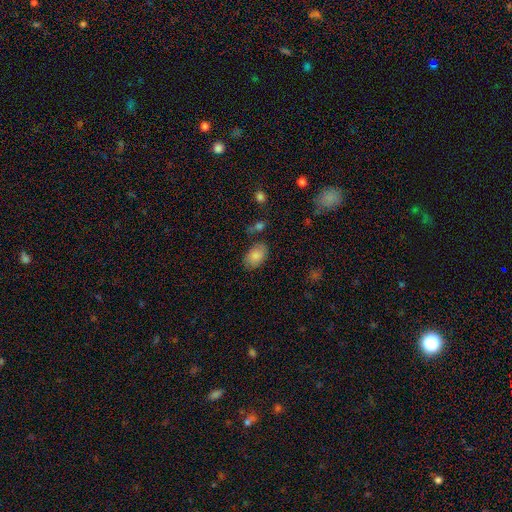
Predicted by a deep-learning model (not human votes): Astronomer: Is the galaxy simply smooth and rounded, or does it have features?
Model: smooth — 85%.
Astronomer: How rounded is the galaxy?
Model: in between — 90%.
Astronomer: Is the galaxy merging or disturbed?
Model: none — 74%.